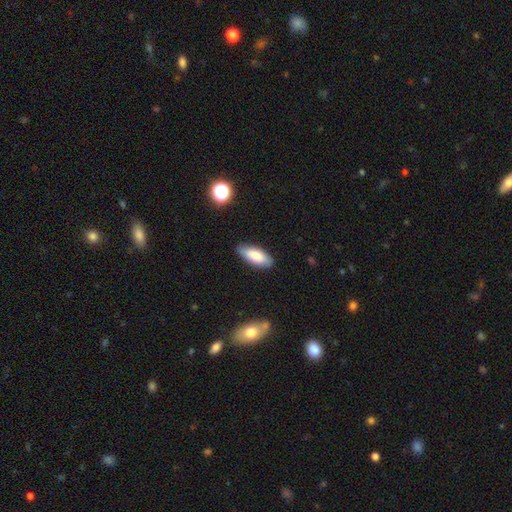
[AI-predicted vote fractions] This is clearly a smooth galaxy (81%). How rounded: likely in between (78%). Merging: clearly none (83%).